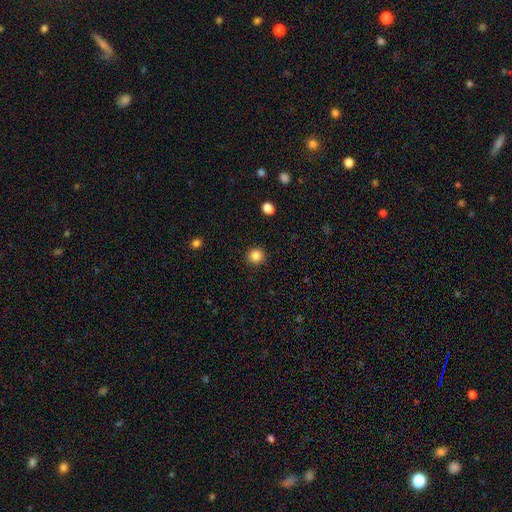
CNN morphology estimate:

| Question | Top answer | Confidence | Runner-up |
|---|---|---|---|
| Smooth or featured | smooth | 85% | star or artifact (11%) |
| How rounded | round | 92% | in between (7%) |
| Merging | none | 91% | minor disturbance (6%) |